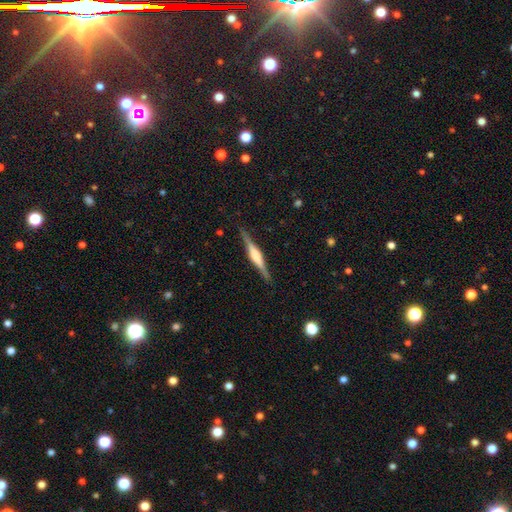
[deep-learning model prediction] Smooth or featured? Predicted: featured or disk (p=0.76). Edge-on disk? Predicted: yes (p=0.98). Edge-on bulge? Predicted: rounded (p=0.58). Merging? Predicted: none (p=0.89).